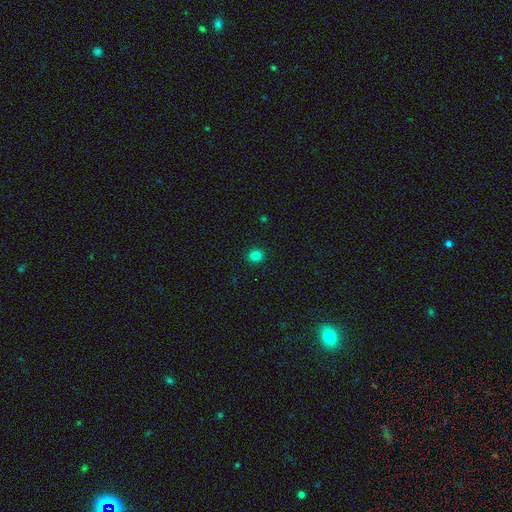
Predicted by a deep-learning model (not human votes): This is clearly a smooth galaxy (82%). How rounded: clearly round (86%). Merging: clearly none (92%).